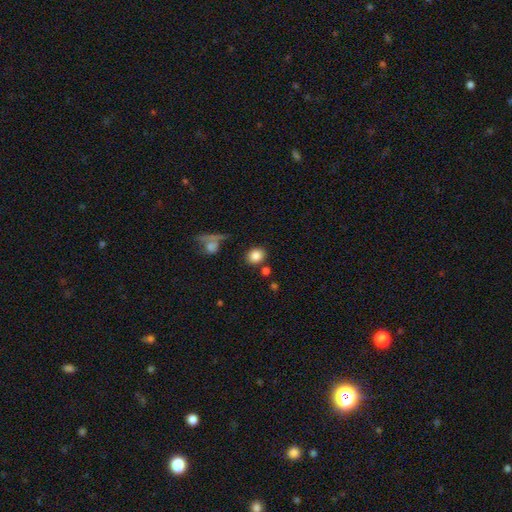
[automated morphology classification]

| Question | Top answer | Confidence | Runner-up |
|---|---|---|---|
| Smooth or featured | smooth | 84% | star or artifact (9%) |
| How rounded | round | 72% | in between (27%) |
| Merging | none | 77% | minor disturbance (10%) |